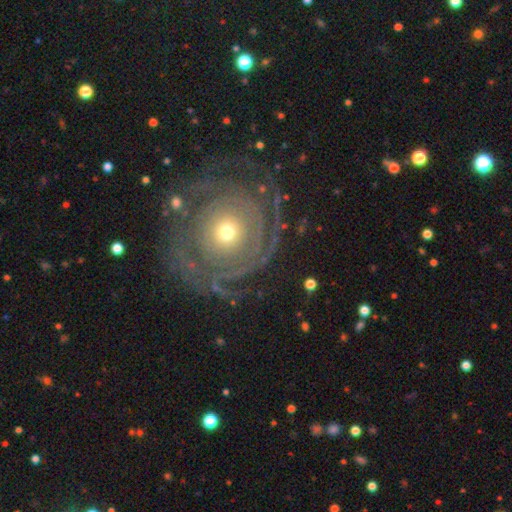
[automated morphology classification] Q: Smooth or featured?
A: featured or disk (78%); runner-up: smooth (14%)
Q: Edge-on disk?
A: no (96%); runner-up: yes (4%)
Q: Bar?
A: no (85%); runner-up: weak (11%)
Q: Spiral arms?
A: yes (83%); runner-up: no (17%)
Q: Spiral winding?
A: tight (80%); runner-up: medium (15%)
Q: Spiral arm count?
A: can't tell (43%); runner-up: 2 (14%)
Q: Bulge size?
A: small (49%); runner-up: moderate (44%)
Q: Merging?
A: none (74%); runner-up: minor disturbance (14%)